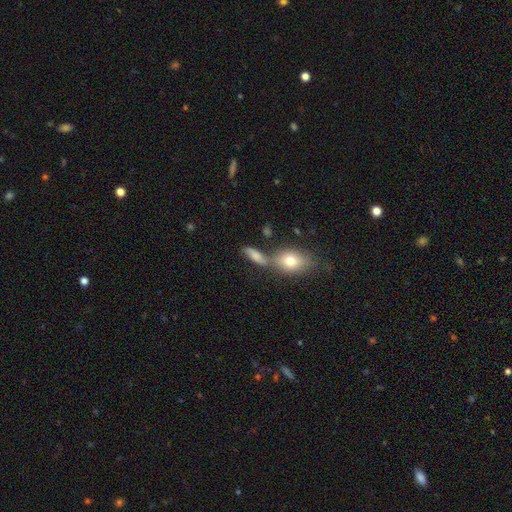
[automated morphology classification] Smooth or featured: smooth — 68% (featured or disk — 21%)
How rounded: in between — 66% (cigar-shaped — 27%)
Merging: none — 44% (merger — 35%)